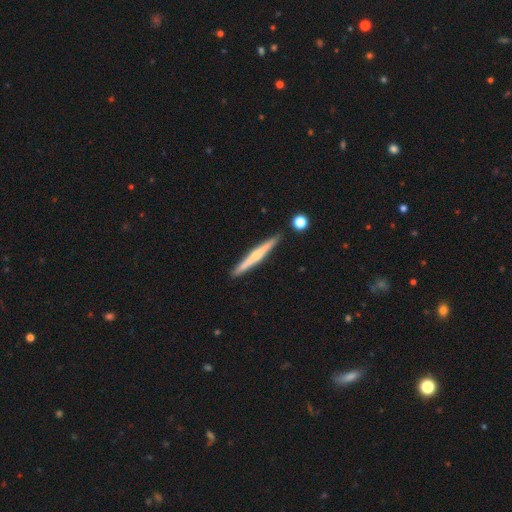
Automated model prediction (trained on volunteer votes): This is likely a featured or disk galaxy (61%). It is clearly viewed edge-on (98%). Edge-on bulge: likely rounded (66%). Merging: clearly none (89%).